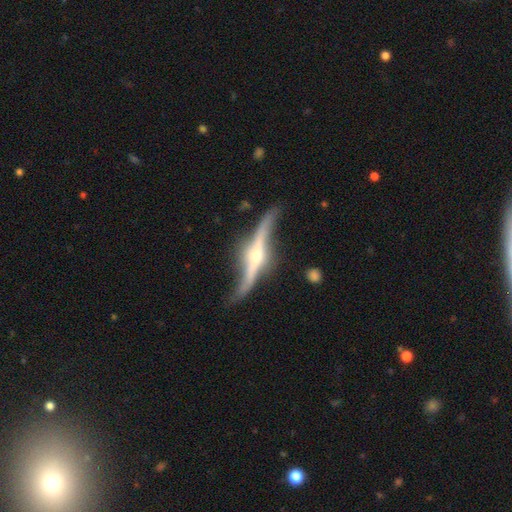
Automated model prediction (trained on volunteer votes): Overall: featured or disk (87%). Edge-on disk: yes (82%). Edge-on bulge: rounded (90%). Merging: none (65%).